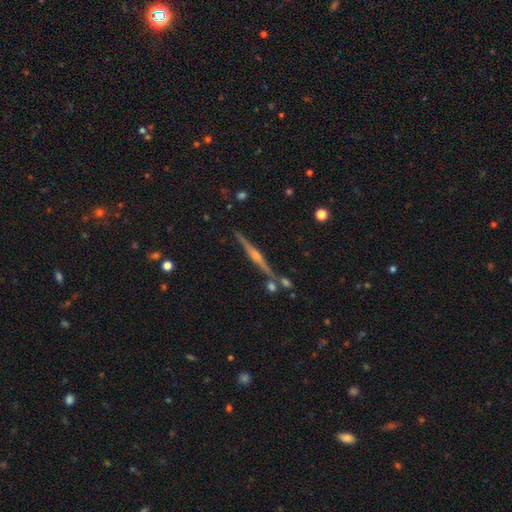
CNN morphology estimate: Overall: featured or disk (83%). Edge-on disk: yes (98%). Edge-on bulge: rounded (83%). Merging: none (85%).